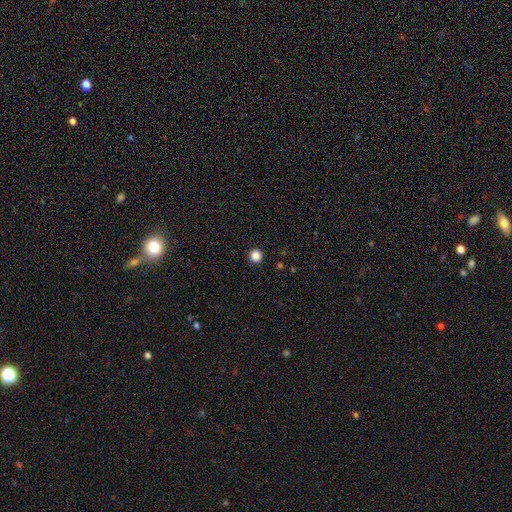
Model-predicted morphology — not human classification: Smooth or featured? Predicted: smooth (p=0.86). How rounded? Predicted: round (p=0.95). Merging? Predicted: none (p=0.94).